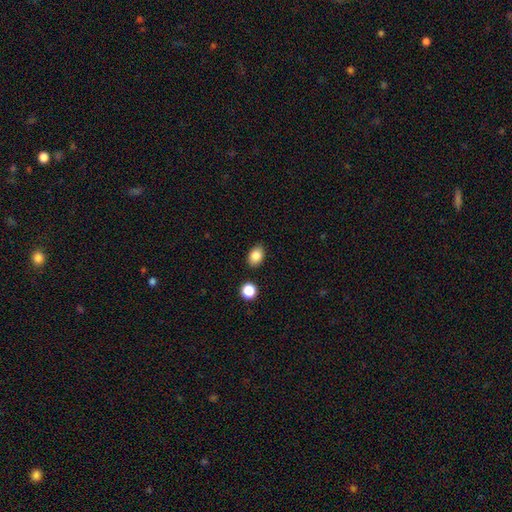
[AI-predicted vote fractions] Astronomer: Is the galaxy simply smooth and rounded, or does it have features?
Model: smooth — 85%.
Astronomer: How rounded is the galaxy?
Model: in between — 77%.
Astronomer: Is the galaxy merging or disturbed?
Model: none — 85%.